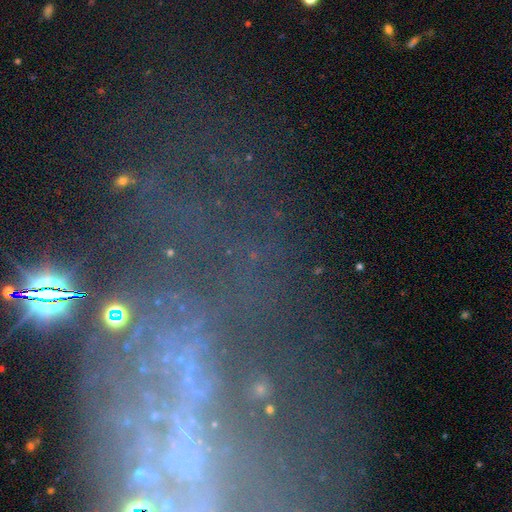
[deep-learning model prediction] Smooth or featured? featured or disk (45%)
Merging? none (47%)